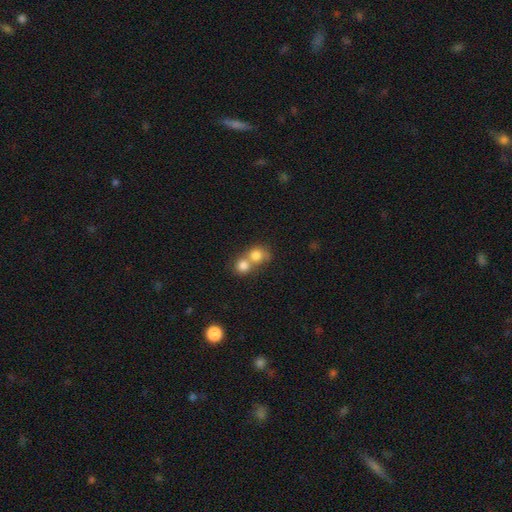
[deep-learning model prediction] Smooth or featured? Predicted: smooth (p=0.78). How rounded? Predicted: round (p=0.78). Merging? Predicted: merger (p=0.64).